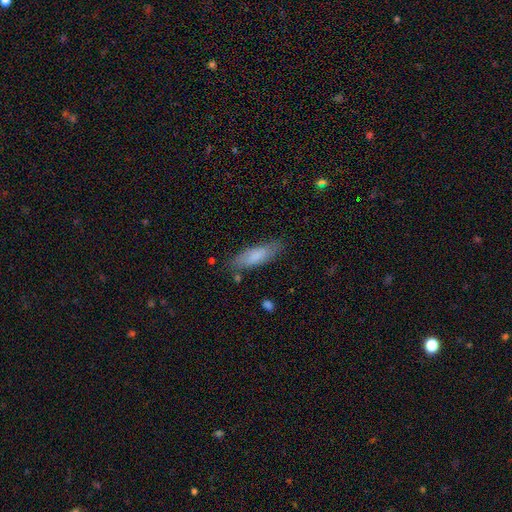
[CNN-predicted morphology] Overall: smooth (79%). How rounded: in between (52%; cigar-shaped 46%). Merging: none (78%).